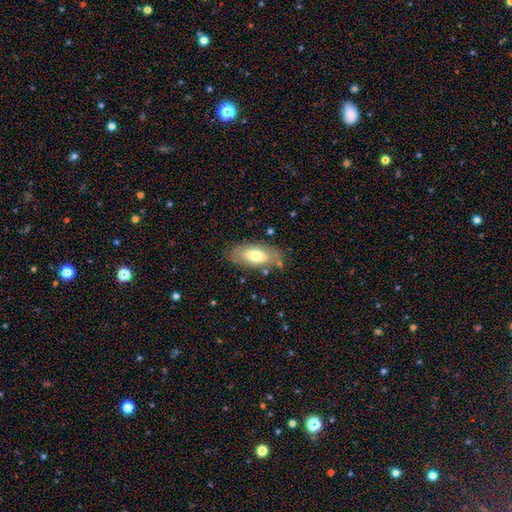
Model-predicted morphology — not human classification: A smooth galaxy with no disk features (63%) that is in between round and cigar-shaped (87%).

Vote fractions:
- Smooth or featured? smooth: 63% / featured or disk: 30% / star or artifact: 7%
- How rounded? in between: 87% / cigar-shaped: 10% / round: 3%
- Merging? none: 75% / minor disturbance: 16% / major disturbance: 5% / merger: 3%